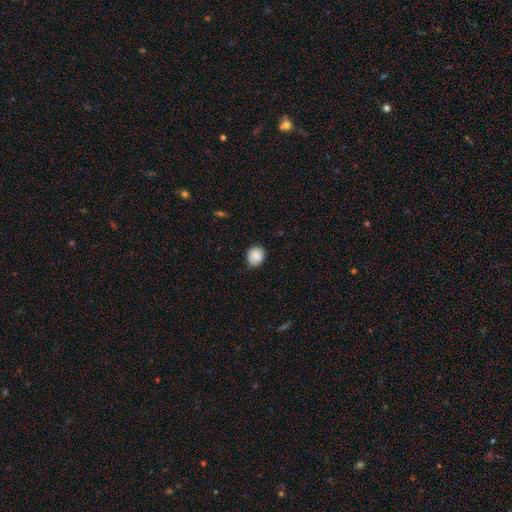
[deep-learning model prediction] Smooth or featured? Predicted: smooth (p=0.85). How rounded? Predicted: round (p=0.68). Merging? Predicted: none (p=0.76).